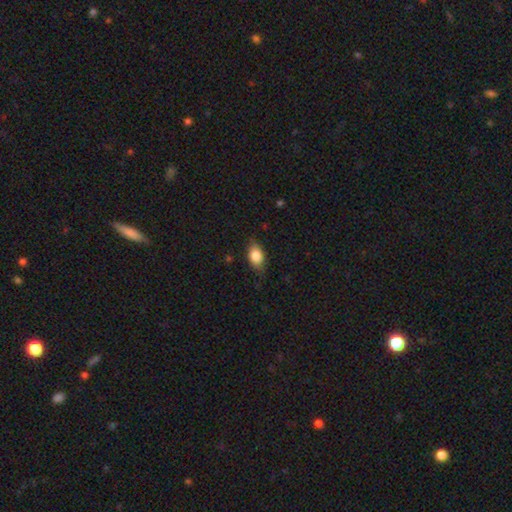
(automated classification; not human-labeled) Overall: smooth (83%). How rounded: in between (83%). Merging: none (76%).